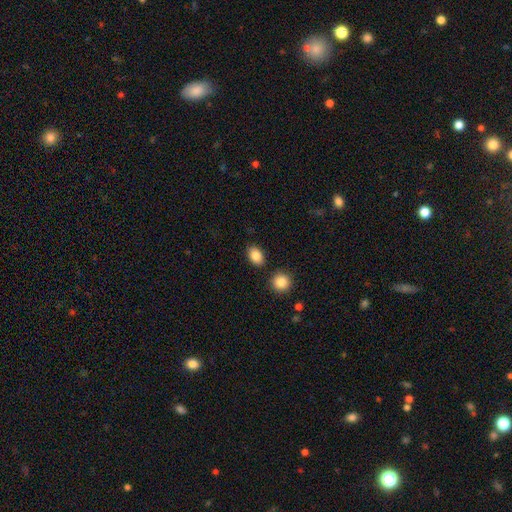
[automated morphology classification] Smooth or featured?
  - smooth: 86% *
  - star or artifact: 8%
  - featured or disk: 6%
How rounded?
  - in between: 81% *
  - round: 18%
  - cigar-shaped: 1%
Merging?
  - none: 83% *
  - minor disturbance: 9%
  - merger: 5%
  - major disturbance: 2%